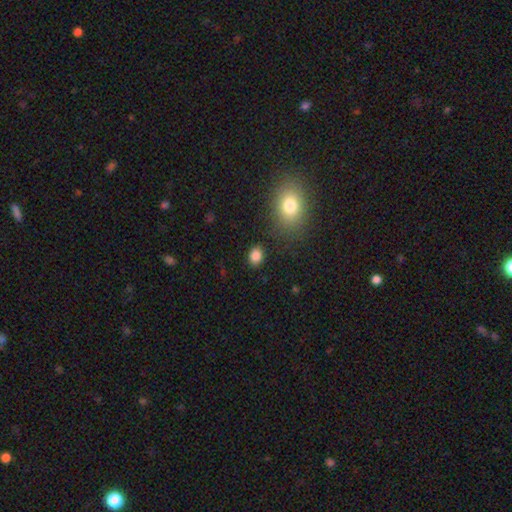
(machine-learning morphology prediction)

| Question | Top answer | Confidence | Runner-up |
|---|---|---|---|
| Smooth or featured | smooth | 85% | star or artifact (10%) |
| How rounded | in between | 58% | round (41%) |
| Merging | none | 86% | minor disturbance (9%) |